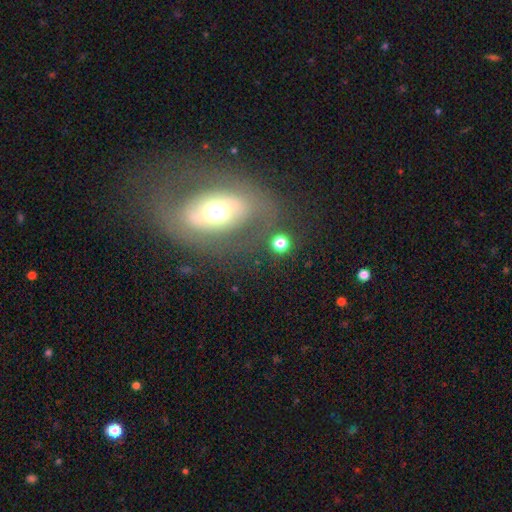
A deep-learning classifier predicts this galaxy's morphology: Smooth or featured? featured or disk (61%)
Edge-on disk? no (90%)
Bar? no (49%)
Spiral arms? no (54%)
Bulge size? moderate (61%)
Merging? none (67%)